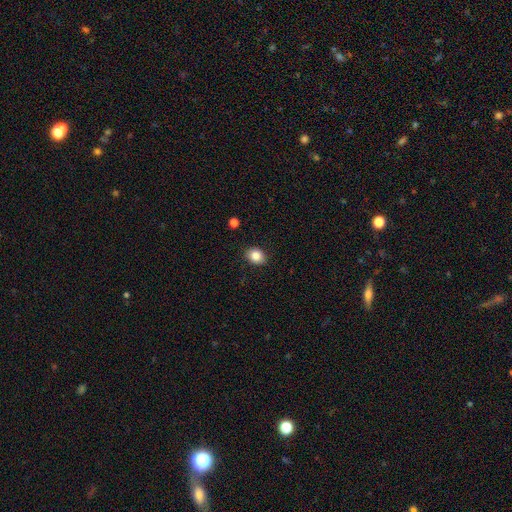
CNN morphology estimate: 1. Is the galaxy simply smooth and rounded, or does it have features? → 86% smooth, 9% star or artifact, 5% featured or disk.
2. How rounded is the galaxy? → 53% round, 47% in between, 1% cigar-shaped.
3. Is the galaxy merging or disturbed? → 88% none, 9% minor disturbance, 2% major disturbance, 1% merger.